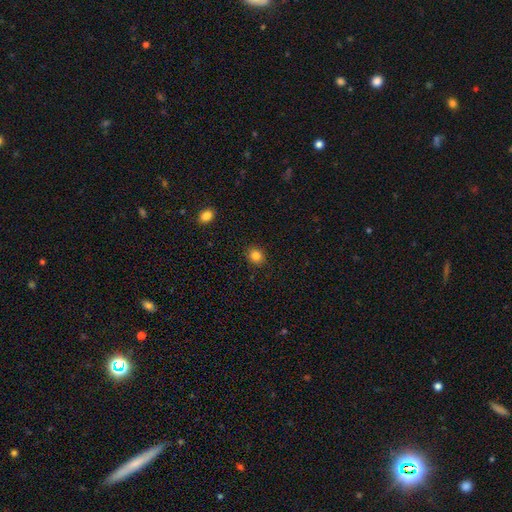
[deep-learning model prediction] A smooth galaxy with no disk features (84%) that is round (76%).

Vote fractions:
- Smooth or featured? smooth: 84% / star or artifact: 11% / featured or disk: 4%
- How rounded? round: 76% / in between: 23% / cigar-shaped: 1%
- Merging? none: 89% / minor disturbance: 7% / major disturbance: 2% / merger: 1%